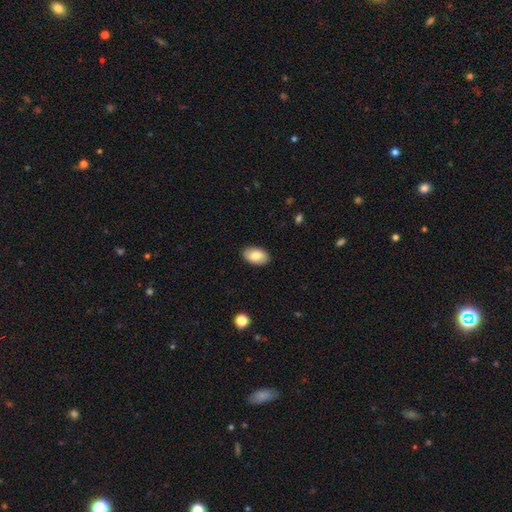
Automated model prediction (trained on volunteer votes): Smooth or featured: smooth — 82% (featured or disk — 12%)
How rounded: in between — 93% (round — 6%)
Merging: none — 89% (minor disturbance — 9%)